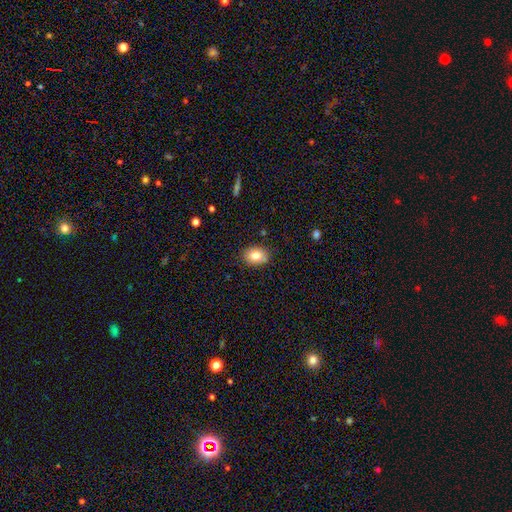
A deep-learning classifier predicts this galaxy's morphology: type=smooth (81%); roundness=in between (59%); merging=none (83%).